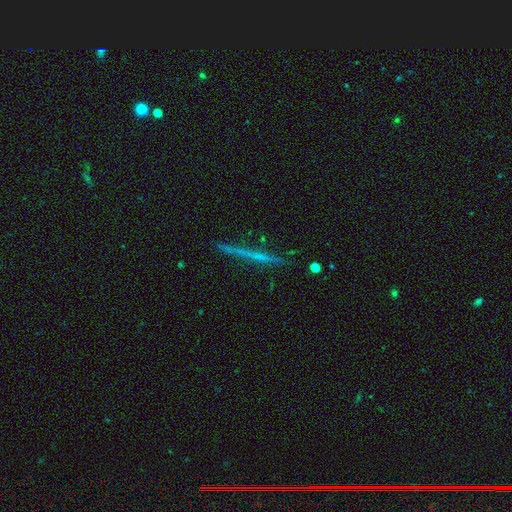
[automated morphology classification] Smooth or featured: featured or disk — 63% (smooth — 28%)
Edge-on disk: yes — 97% (no — 3%)
Edge-on bulge: none — 80% (rounded — 15%)
Merging: none — 87% (minor disturbance — 9%)